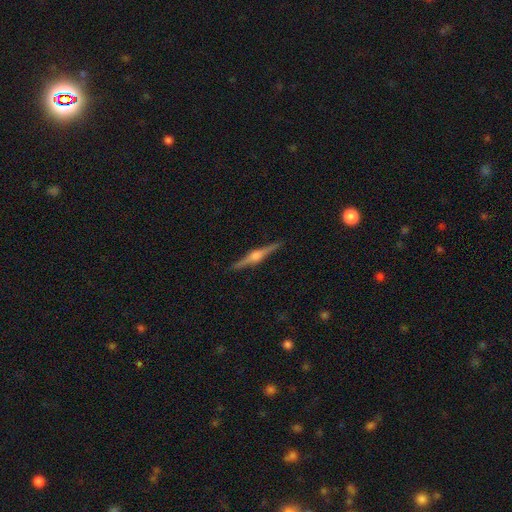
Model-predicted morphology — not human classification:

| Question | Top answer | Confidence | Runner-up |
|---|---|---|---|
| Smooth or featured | featured or disk | 83% | smooth (12%) |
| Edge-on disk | yes | 98% | no (2%) |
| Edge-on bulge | rounded | 89% | boxy (8%) |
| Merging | none | 92% | minor disturbance (6%) |